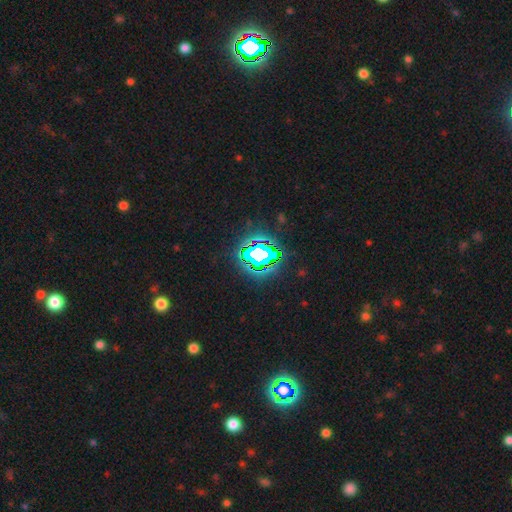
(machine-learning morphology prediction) A star or artifact, not a galaxy (70%).